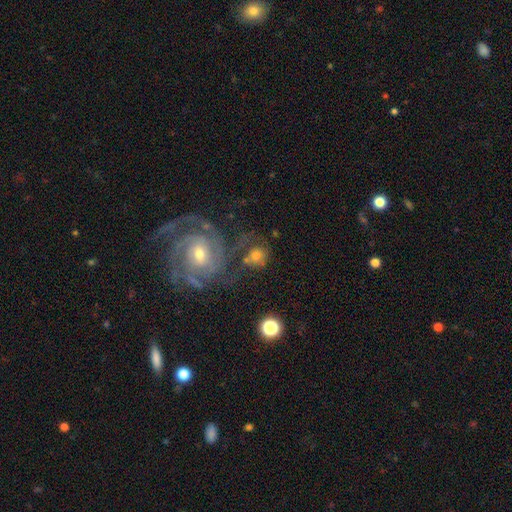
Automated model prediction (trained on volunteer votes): Smooth or featured?
  - featured or disk: 52% *
  - smooth: 37%
  - star or artifact: 12%
Edge-on disk?
  - no: 96% *
  - yes: 4%
Merging?
  - none: 57% *
  - merger: 17%
  - minor disturbance: 14%
  - major disturbance: 12%